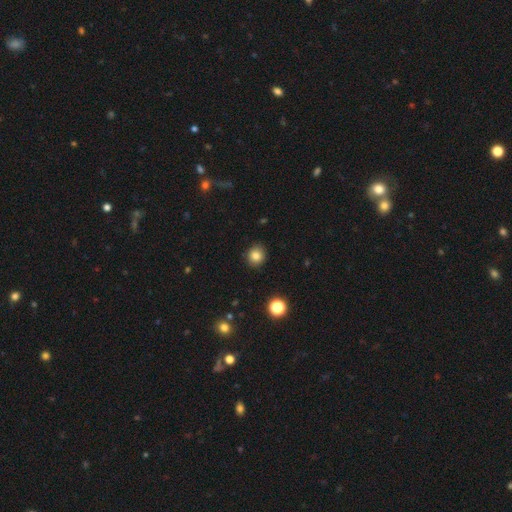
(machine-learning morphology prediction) A smooth galaxy with no disk features (82%) that is round (84%). Merging: none (89%).